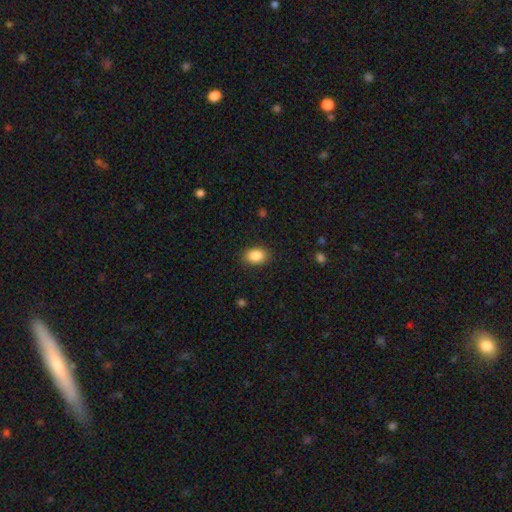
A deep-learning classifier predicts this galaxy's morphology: The model was most divided on "how rounded": in between: 81%, round: 18%, cigar-shaped: 1%. More confident: merging — none (88%); smooth or featured — smooth (87%).